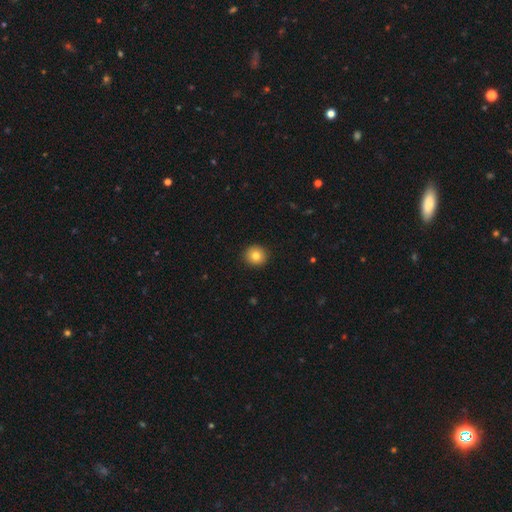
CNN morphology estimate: This appears to be a smooth galaxy with no disk features (82%) that is round (92%). Merging: none (93%).